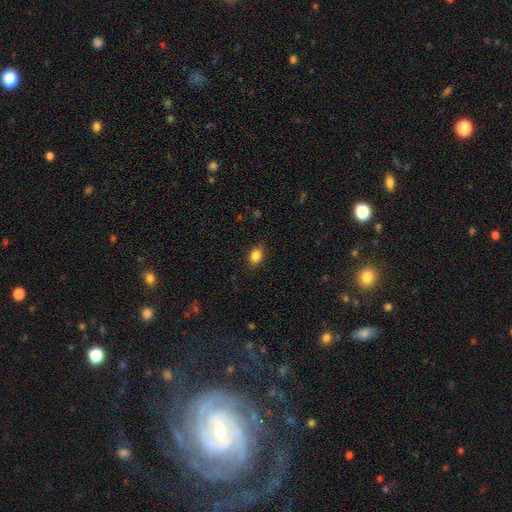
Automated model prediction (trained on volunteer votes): This is clearly a smooth galaxy (86%). How rounded: likely in between (72%). Merging: clearly none (85%).